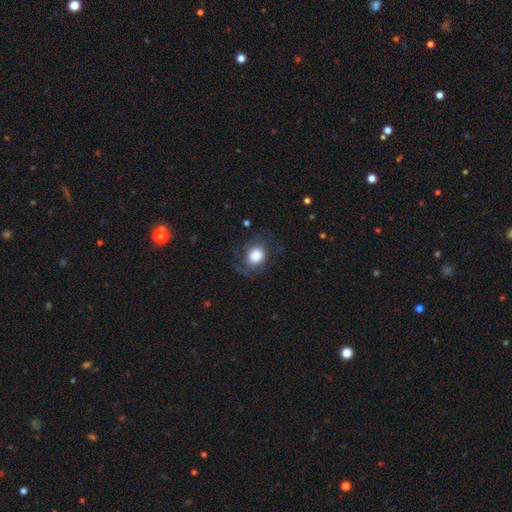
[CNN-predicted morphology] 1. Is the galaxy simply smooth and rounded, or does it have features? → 64% smooth, 27% featured or disk, 9% star or artifact.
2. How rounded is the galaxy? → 63% round, 36% in between, 1% cigar-shaped.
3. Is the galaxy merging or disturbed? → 58% none, 22% minor disturbance, 18% major disturbance, 2% merger.